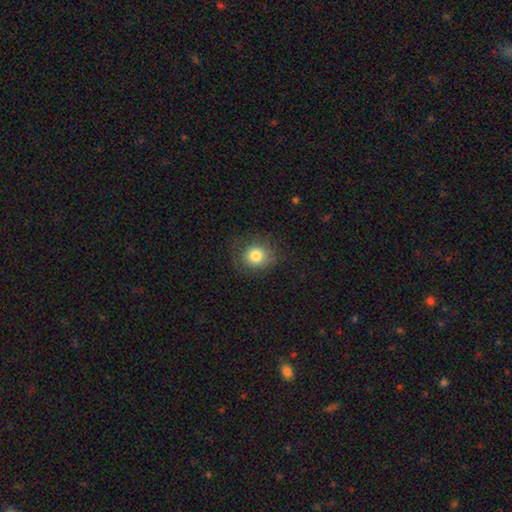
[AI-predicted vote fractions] Smooth or featured?
  - smooth: 80% *
  - star or artifact: 11%
  - featured or disk: 9%
How rounded?
  - round: 82% *
  - in between: 17%
  - cigar-shaped: 1%
Merging?
  - none: 77% *
  - minor disturbance: 15%
  - major disturbance: 7%
  - merger: 1%